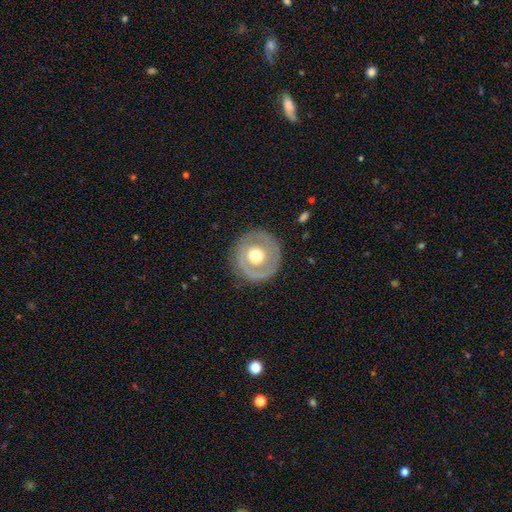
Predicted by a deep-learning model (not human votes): Morphology: type=featured or disk (51%); edge-on=no (96%); merging=none (83%).